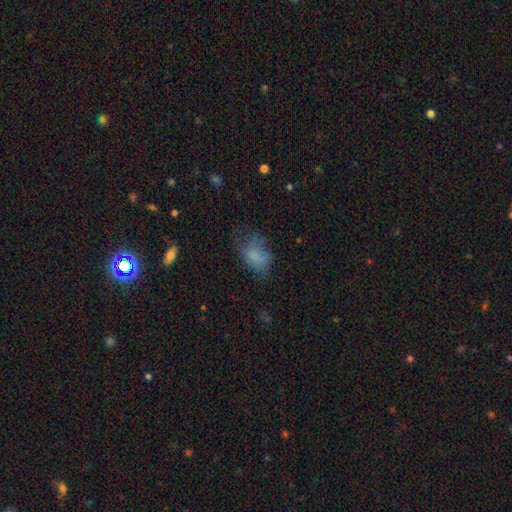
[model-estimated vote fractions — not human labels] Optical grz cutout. It shows a smooth galaxy with no disk features (73%) that is in between round and cigar-shaped (78%). Merging: none (45%).